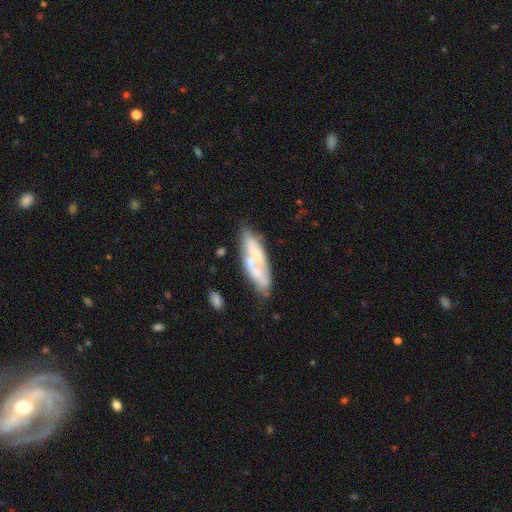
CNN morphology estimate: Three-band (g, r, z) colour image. It shows a featured or disk galaxy (55%). Merging: none (50%).